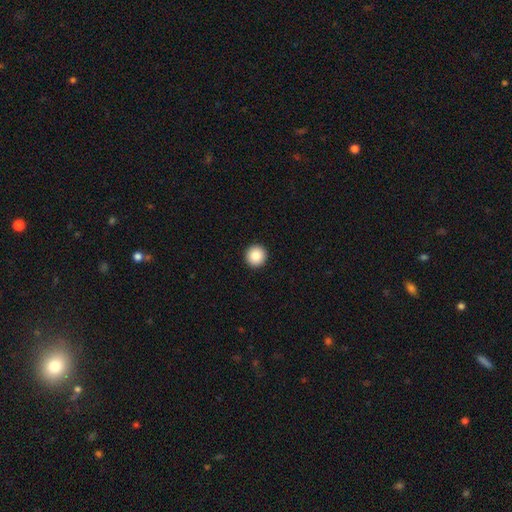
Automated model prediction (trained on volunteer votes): Q: Smooth or featured?
A: smooth (87%); runner-up: star or artifact (9%)
Q: How rounded?
A: round (95%); runner-up: in between (4%)
Q: Merging?
A: none (94%); runner-up: minor disturbance (4%)